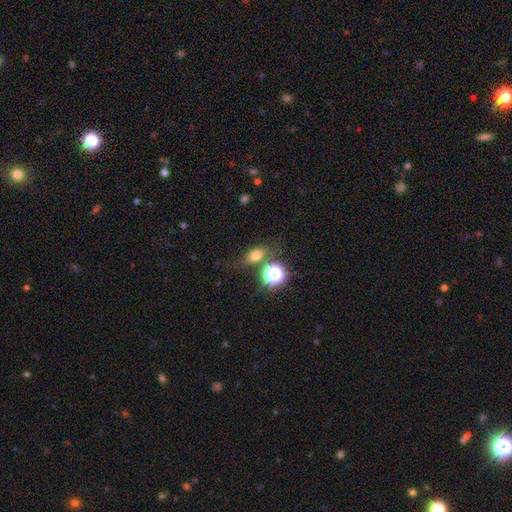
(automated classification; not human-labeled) Smooth or featured: smooth — 67% (star or artifact — 22%)
How rounded: in between — 63% (round — 33%)
Merging: none — 69% (minor disturbance — 14%)